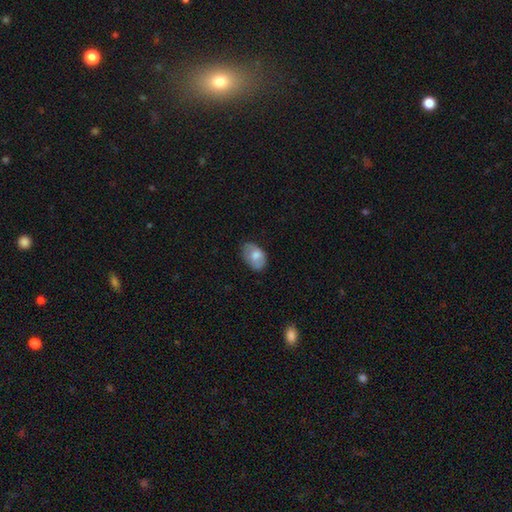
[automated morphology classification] This appears to be a smooth galaxy with no disk features (70%) that is in between round and cigar-shaped (88%). Merging: none (67%).